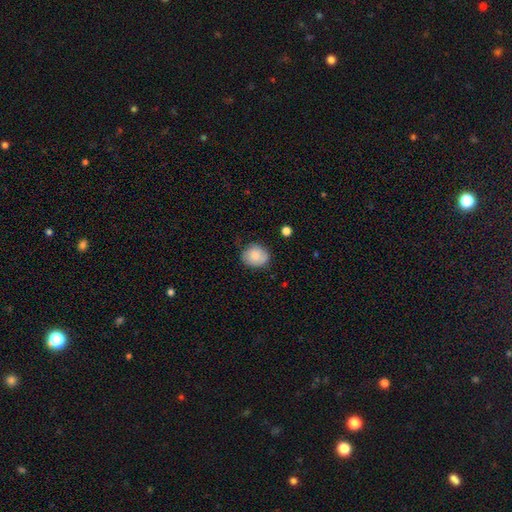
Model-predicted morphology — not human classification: A smooth galaxy with no disk features (81%) that is round (61%). Merging: none (71%).